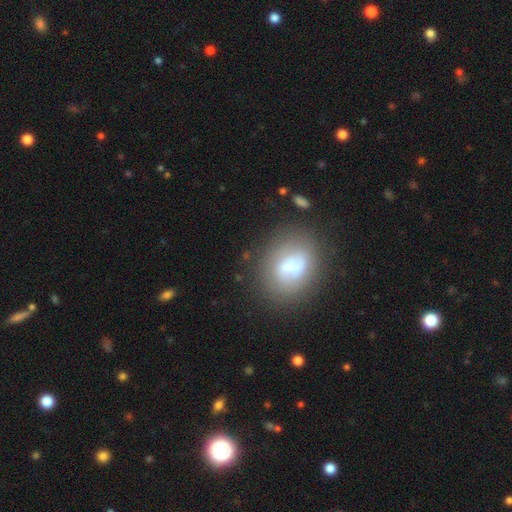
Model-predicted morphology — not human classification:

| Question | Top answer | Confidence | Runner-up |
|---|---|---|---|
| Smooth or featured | smooth | 58% | featured or disk (26%) |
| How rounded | in between | 57% | round (41%) |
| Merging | none | 81% | minor disturbance (13%) |